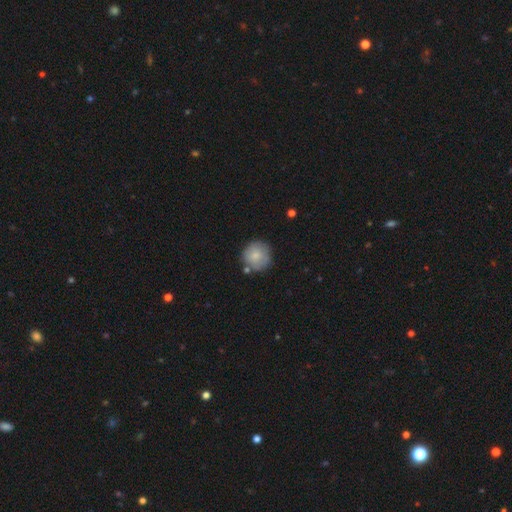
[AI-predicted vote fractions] Smooth or featured? smooth (77%)
How rounded? round (93%)
Merging? none (72%)